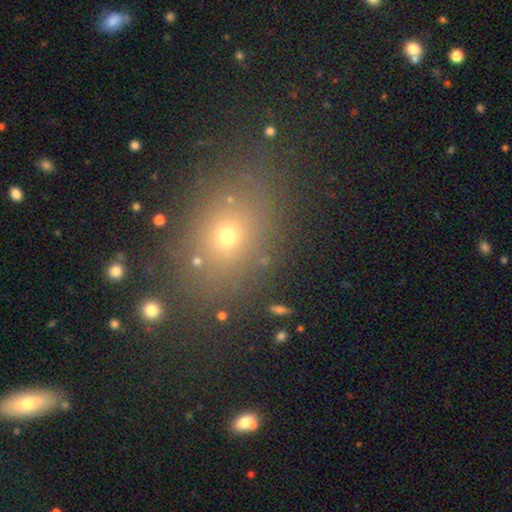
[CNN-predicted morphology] Overall: smooth (60%; star or artifact 28%). How rounded: in between (61%; round 37%). Merging: none (83%).